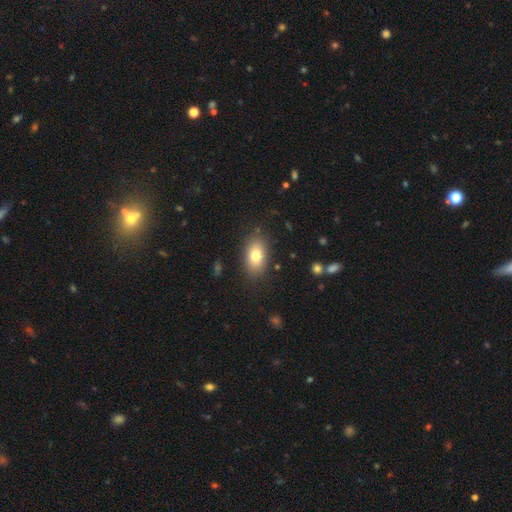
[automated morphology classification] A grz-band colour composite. It shows a smooth galaxy with no disk features (78%) that is in between round and cigar-shaped (88%). Merging: none (84%).